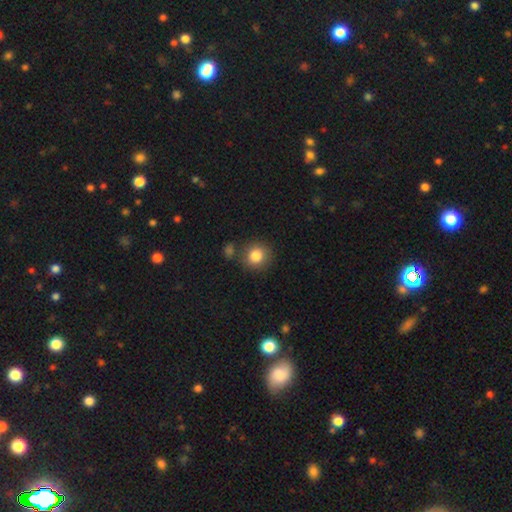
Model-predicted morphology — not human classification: Q: Smooth or featured?
A: smooth (84%); runner-up: star or artifact (10%)
Q: How rounded?
A: round (88%); runner-up: in between (11%)
Q: Merging?
A: none (79%); runner-up: minor disturbance (10%)